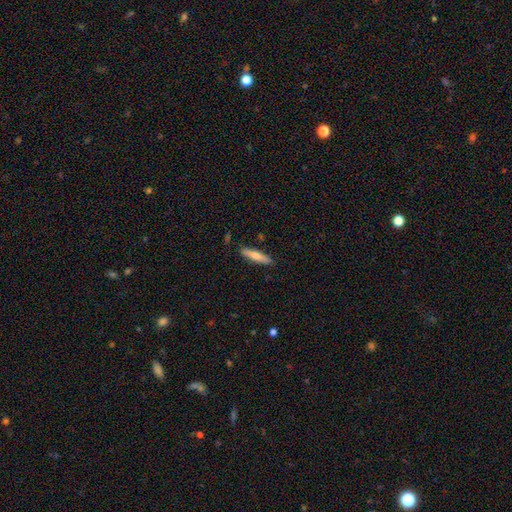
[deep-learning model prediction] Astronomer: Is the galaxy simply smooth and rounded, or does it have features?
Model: smooth — 68%.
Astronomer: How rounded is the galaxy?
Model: cigar-shaped — 83%.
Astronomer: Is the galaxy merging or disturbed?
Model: none — 86%.